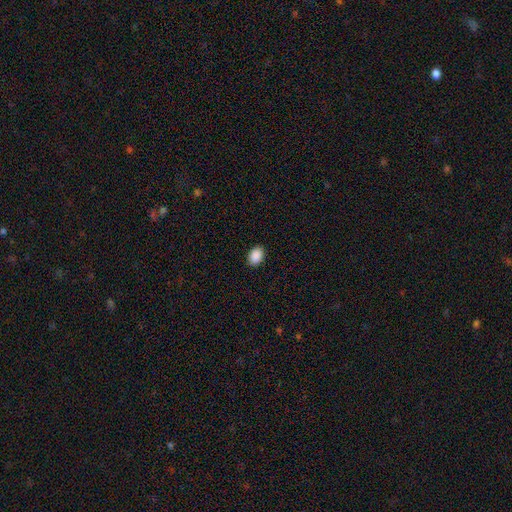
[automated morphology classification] smooth_or_featured: smooth (p=0.90) [alt: star or artifact p=0.07]
how_rounded: in between (p=0.81) [alt: round p=0.18]
merging: none (p=0.89) [alt: minor disturbance p=0.08]